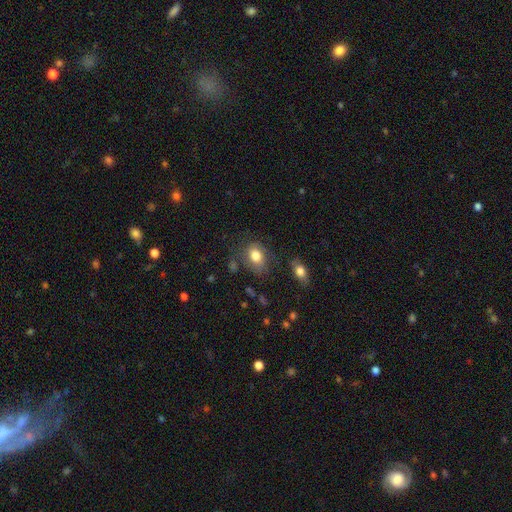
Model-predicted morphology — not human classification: A smooth galaxy with no disk features (79%) that is in between round and cigar-shaped (68%). Merging: none (65%).